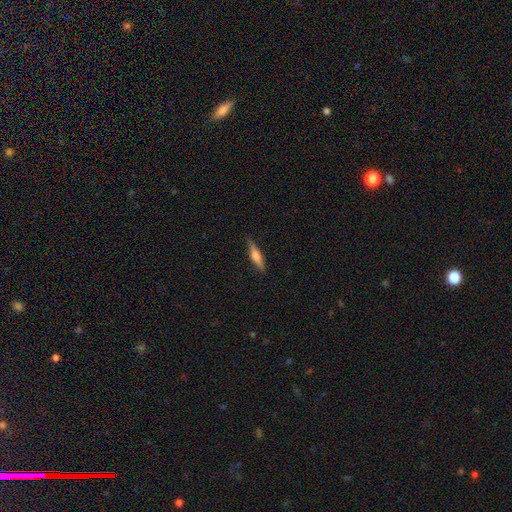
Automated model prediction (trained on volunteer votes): Smooth or featured? Predicted: smooth (p=0.61). How rounded? Predicted: cigar-shaped (p=0.80). Merging? Predicted: none (p=0.84).